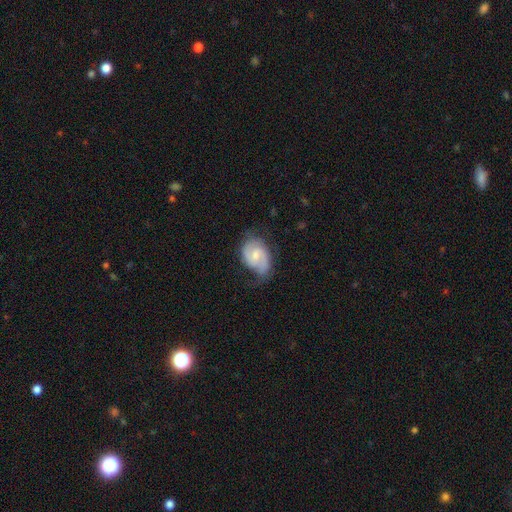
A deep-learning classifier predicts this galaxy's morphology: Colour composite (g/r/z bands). It shows a featured or disk galaxy (74%) with a weak bar (56%), 2 (83%) medium (49%) spiral arms (94%) and a moderate central bulge (46%). Merging: none (58%).